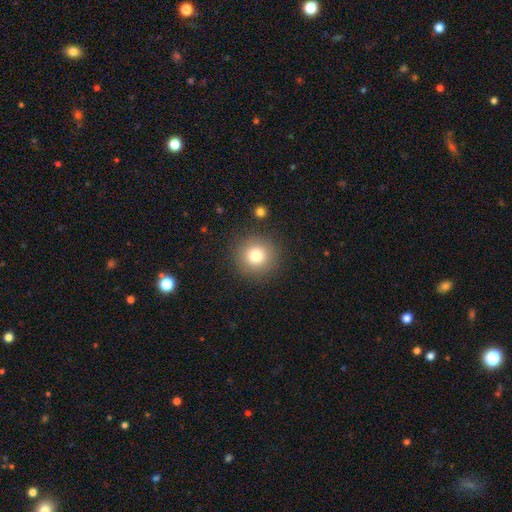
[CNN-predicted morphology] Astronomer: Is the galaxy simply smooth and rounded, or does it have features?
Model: smooth — 79%.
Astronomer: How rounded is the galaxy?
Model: round — 94%.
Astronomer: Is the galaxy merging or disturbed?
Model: none — 88%.